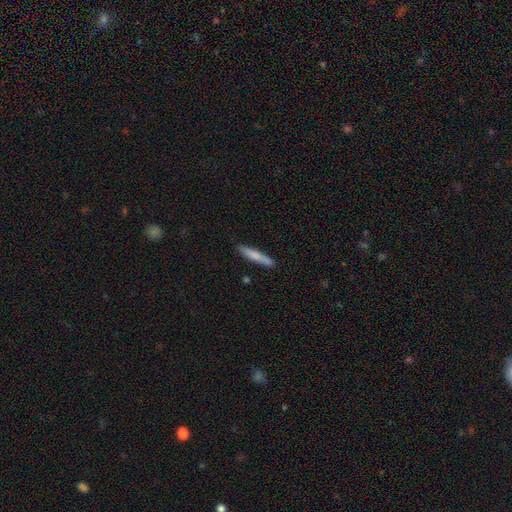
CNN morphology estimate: This appears to be a smooth galaxy with no disk features (74%) that is cigar-shaped (93%). Merging: none (87%).